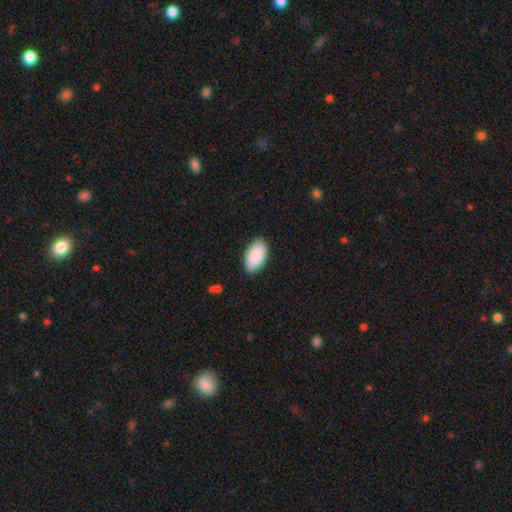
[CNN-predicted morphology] A smooth galaxy with no disk features (90%) that is in between round and cigar-shaped (96%).

Vote fractions:
- Smooth or featured? smooth: 90% / star or artifact: 6% / featured or disk: 4%
- How rounded? in between: 96% / round: 3% / cigar-shaped: 2%
- Merging? none: 86% / minor disturbance: 11% / major disturbance: 2% / merger: 1%